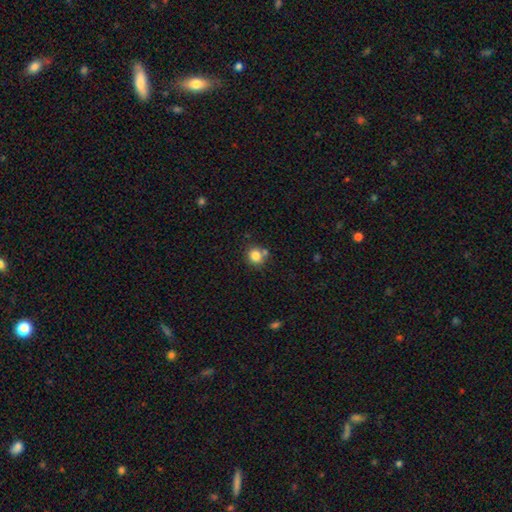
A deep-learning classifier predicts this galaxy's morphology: A smooth galaxy with no disk features (82%) that is round (86%).

Vote fractions:
- Smooth or featured? smooth: 82% / star or artifact: 11% / featured or disk: 7%
- How rounded? round: 86% / in between: 13% / cigar-shaped: 1%
- Merging? none: 67% / merger: 19% / minor disturbance: 11% / major disturbance: 3%